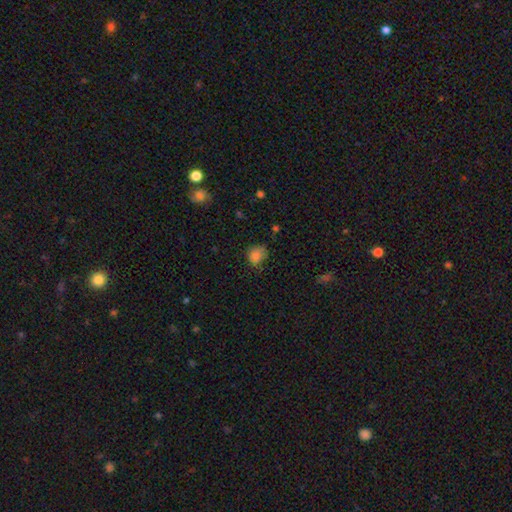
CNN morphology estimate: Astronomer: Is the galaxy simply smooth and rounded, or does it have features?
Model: smooth — 81%.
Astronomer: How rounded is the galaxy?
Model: round — 63%.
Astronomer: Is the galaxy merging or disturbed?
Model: none — 60%.